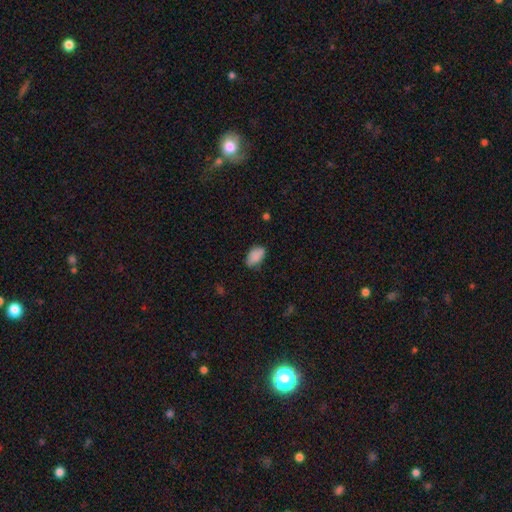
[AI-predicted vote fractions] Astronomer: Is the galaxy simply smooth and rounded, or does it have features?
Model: smooth — 86%.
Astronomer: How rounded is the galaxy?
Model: in between — 91%.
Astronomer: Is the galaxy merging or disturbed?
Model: none — 71%.